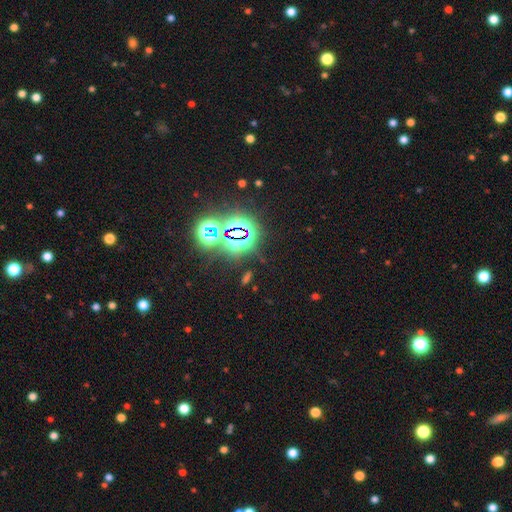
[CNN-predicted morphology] Q: Smooth or featured?
A: star or artifact (77%); runner-up: smooth (14%)